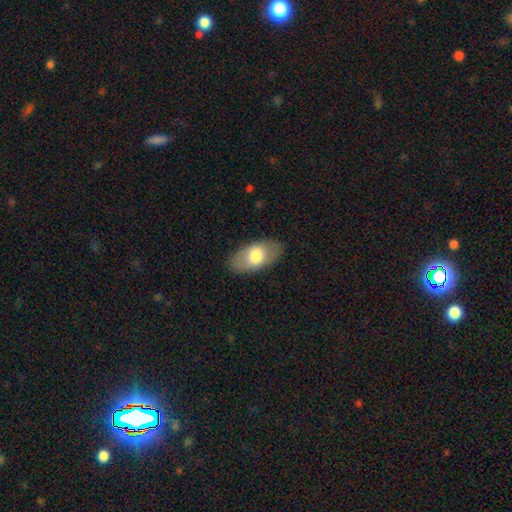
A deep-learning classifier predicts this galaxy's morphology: smooth-or-featured: smooth: 68% | featured or disk: 26% | star or artifact: 6%
  how-rounded: in between: 93% | round: 4% | cigar-shaped: 3%
  merging: none: 85% | minor disturbance: 11% | major disturbance: 3% | merger: 1%